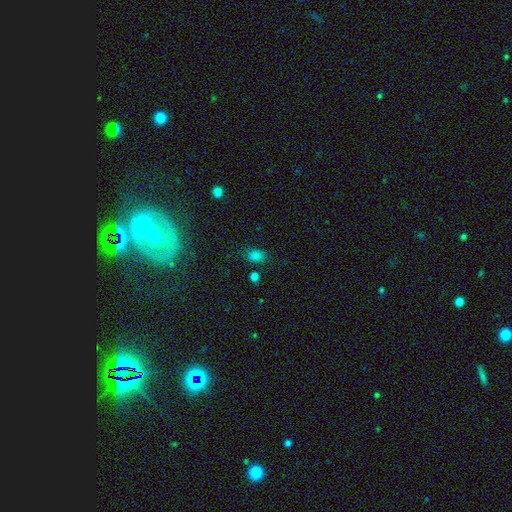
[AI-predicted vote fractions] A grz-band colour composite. It shows a smooth galaxy with no disk features (78%) that is in between round and cigar-shaped (77%). Merging: none (76%).